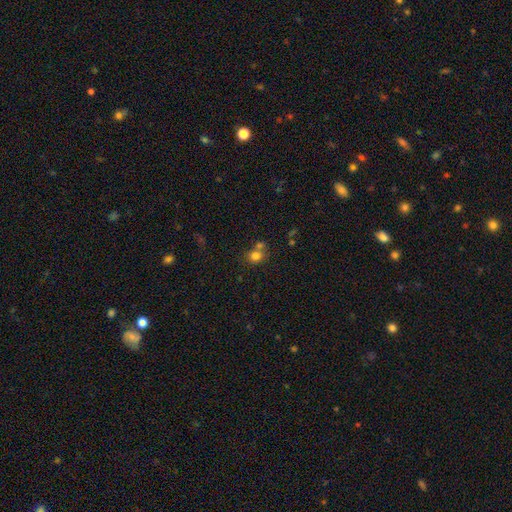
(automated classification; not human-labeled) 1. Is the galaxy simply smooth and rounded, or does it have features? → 78% smooth, 13% star or artifact, 9% featured or disk.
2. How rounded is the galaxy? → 76% round, 23% in between, 1% cigar-shaped.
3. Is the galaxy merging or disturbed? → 51% none, 35% merger, 9% minor disturbance, 4% major disturbance.